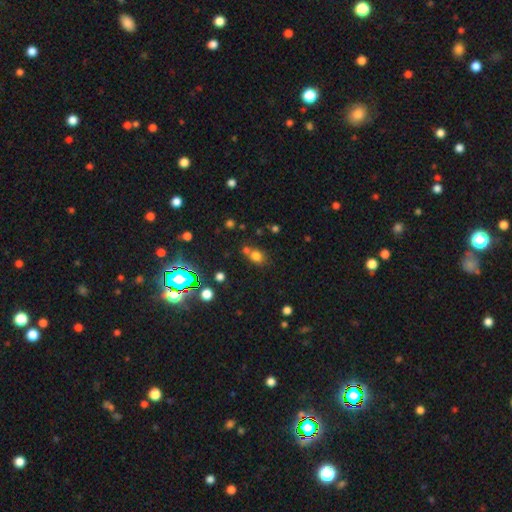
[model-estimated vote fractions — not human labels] Q: Smooth or featured?
A: smooth (72%); runner-up: star or artifact (20%)
Q: How rounded?
A: round (61%); runner-up: in between (37%)
Q: Merging?
A: none (54%); runner-up: merger (30%)